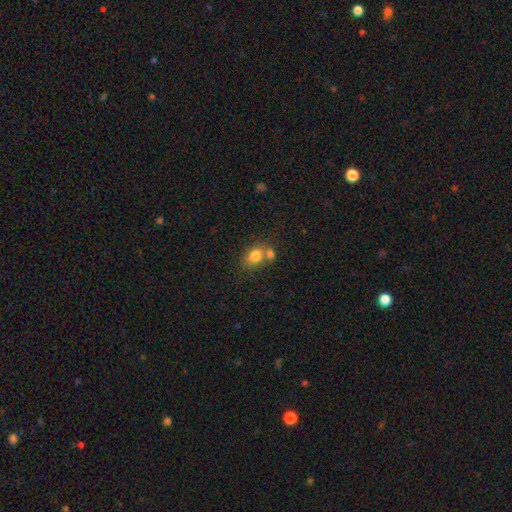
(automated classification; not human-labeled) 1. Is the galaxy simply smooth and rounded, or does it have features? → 80% smooth, 10% star or artifact, 10% featured or disk.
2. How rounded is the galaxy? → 51% round, 48% in between, 1% cigar-shaped.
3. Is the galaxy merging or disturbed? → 43% none, 41% merger, 11% minor disturbance, 4% major disturbance.